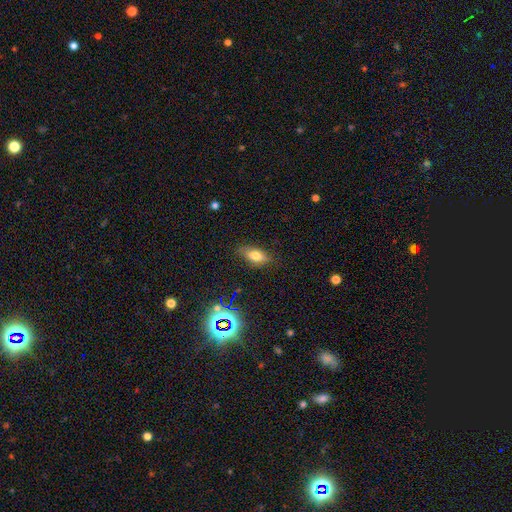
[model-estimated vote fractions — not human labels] Smooth or featured? Predicted: smooth (p=0.72). How rounded? Predicted: in between (p=0.83). Merging? Predicted: none (p=0.81).